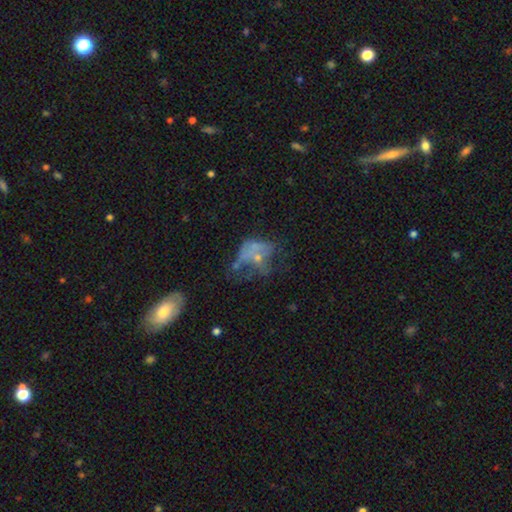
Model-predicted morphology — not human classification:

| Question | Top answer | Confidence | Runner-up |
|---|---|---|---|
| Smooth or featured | featured or disk | 46% | smooth (35%) |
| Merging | major disturbance | 39% | none (25%) |